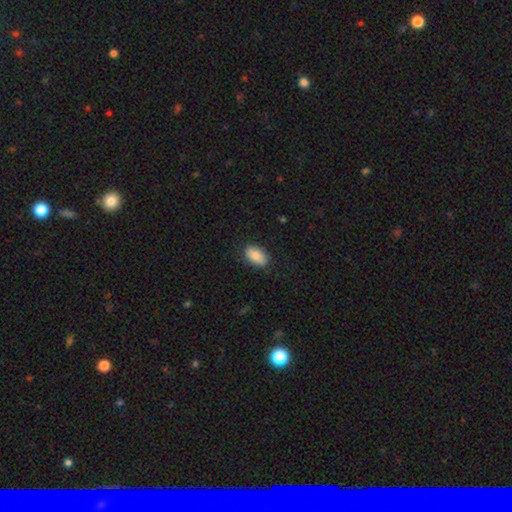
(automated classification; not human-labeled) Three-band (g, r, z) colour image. It shows a smooth galaxy with no disk features (86%) that is in between round and cigar-shaped (93%). Merging: none (83%).